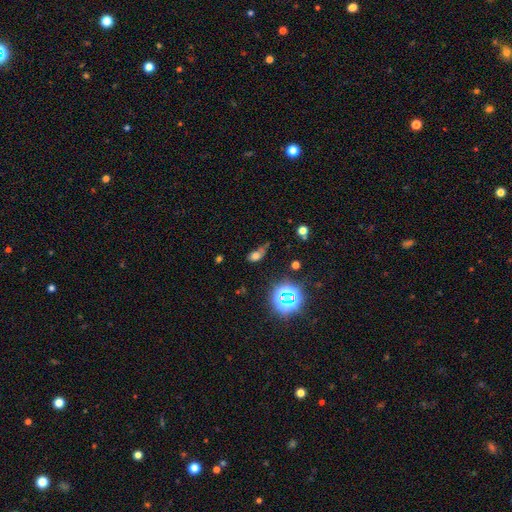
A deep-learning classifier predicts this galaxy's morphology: Q: Smooth or featured?
A: smooth (62%); runner-up: star or artifact (25%)
Q: How rounded?
A: in between (77%); runner-up: round (18%)
Q: Merging?
A: none (37%); runner-up: minor disturbance (31%)